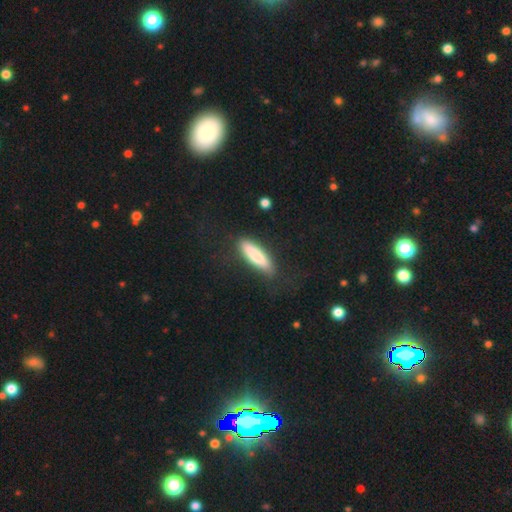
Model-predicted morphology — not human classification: Q: Smooth or featured?
A: smooth (79%); runner-up: featured or disk (16%)
Q: How rounded?
A: cigar-shaped (63%); runner-up: in between (36%)
Q: Merging?
A: none (80%); runner-up: minor disturbance (14%)